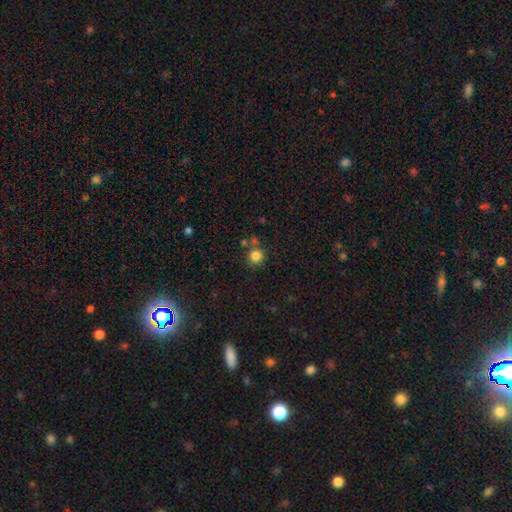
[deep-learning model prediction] Smooth or featured?
  - smooth: 83% *
  - star or artifact: 12%
  - featured or disk: 5%
How rounded?
  - round: 93% *
  - in between: 6%
  - cigar-shaped: 1%
Merging?
  - none: 75% *
  - merger: 13%
  - minor disturbance: 9%
  - major disturbance: 3%